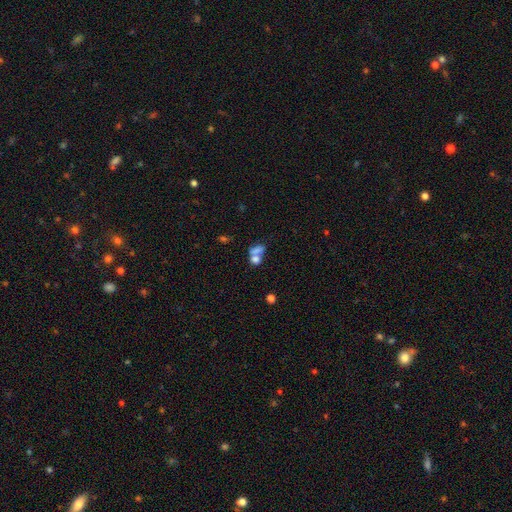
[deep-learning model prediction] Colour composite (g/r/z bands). It shows a smooth galaxy with no disk features (72%) that is in between round and cigar-shaped (62%). Merging: merger (58%).